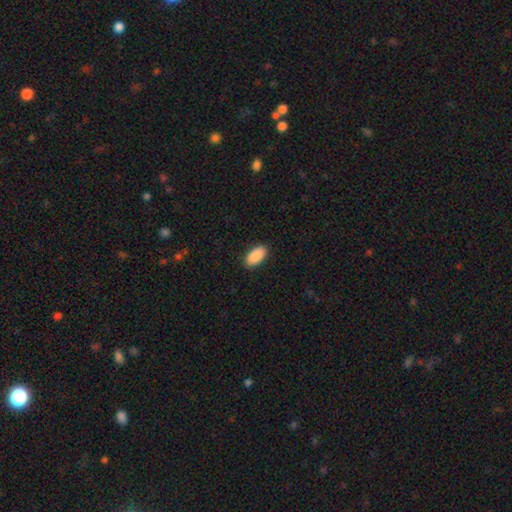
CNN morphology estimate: This is clearly a smooth galaxy (91%). How rounded: clearly in between (93%). Merging: clearly none (90%).